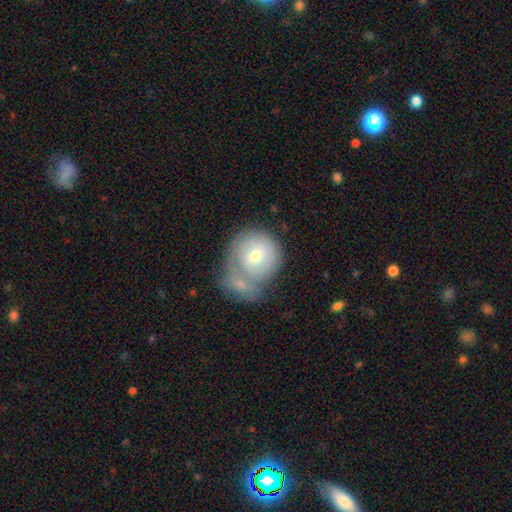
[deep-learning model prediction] smooth-or-featured: smooth: 60% | featured or disk: 34% | star or artifact: 7%
  how-rounded: round: 87% | in between: 12% | cigar-shaped: 1%
  merging: merger: 52% | none: 29% | minor disturbance: 12% | major disturbance: 7%